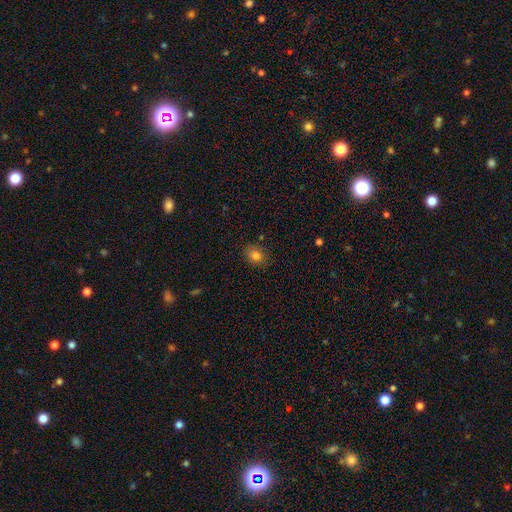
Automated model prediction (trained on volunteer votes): smooth 81%, star or artifact 12%, featured or disk 7%. Down the decision tree: how rounded — round (53%); merging — none (82%).